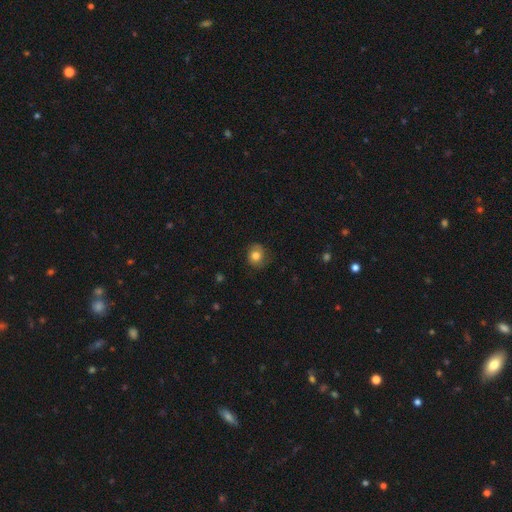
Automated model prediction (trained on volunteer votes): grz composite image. It shows a smooth galaxy with no disk features (78%) that is round (79%). Merging: none (76%).